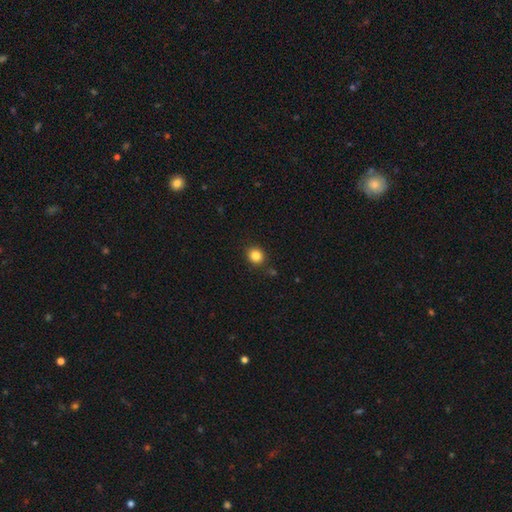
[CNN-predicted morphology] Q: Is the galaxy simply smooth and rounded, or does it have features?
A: smooth — 84%.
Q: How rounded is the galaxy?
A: round — 83%.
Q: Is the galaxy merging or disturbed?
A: none — 88%.